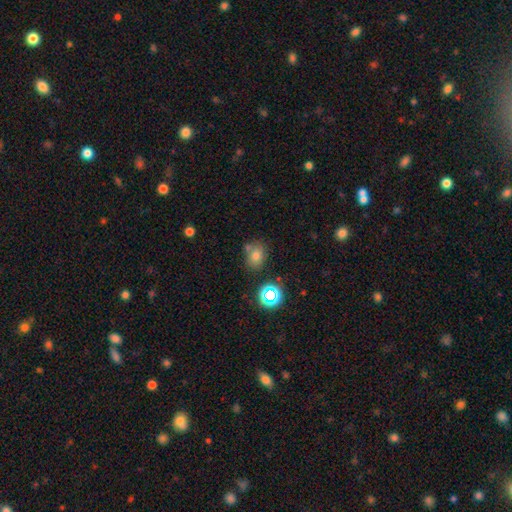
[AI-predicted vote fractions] Overall: smooth (69%). How rounded: round (52%; in between 47%). Merging: none (65%).